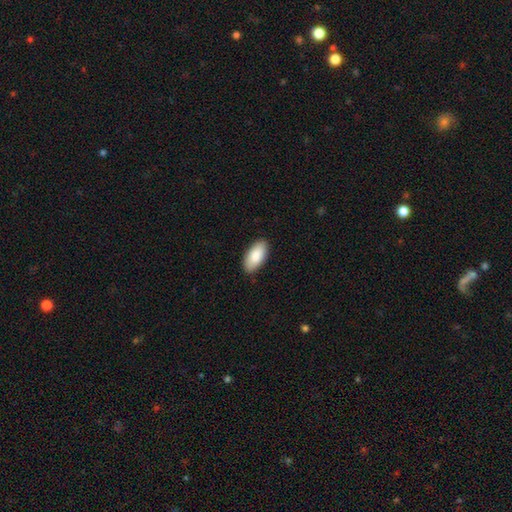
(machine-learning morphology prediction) Smooth or featured? smooth (86%)
How rounded? in between (93%)
Merging? none (88%)